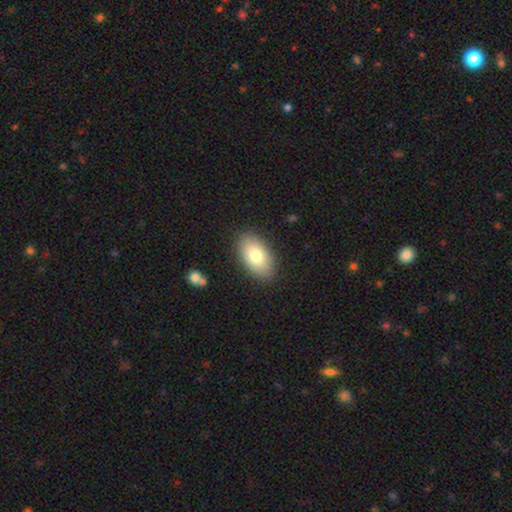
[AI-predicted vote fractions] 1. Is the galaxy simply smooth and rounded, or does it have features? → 79% smooth, 14% featured or disk, 7% star or artifact.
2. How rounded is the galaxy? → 94% in between, 4% round, 2% cigar-shaped.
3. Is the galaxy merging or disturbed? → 87% none, 9% minor disturbance, 2% major disturbance, 1% merger.